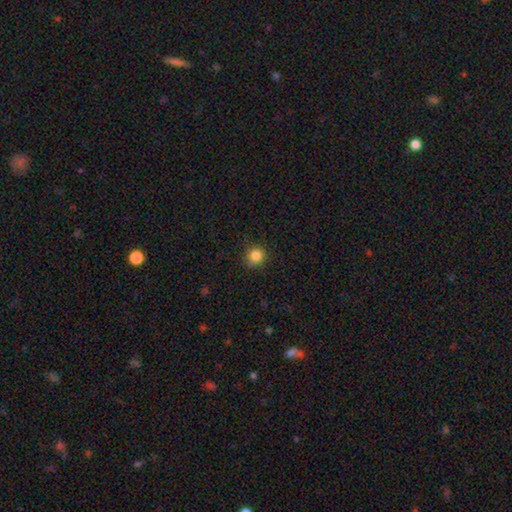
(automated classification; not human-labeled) This is clearly a smooth galaxy (84%). How rounded: clearly round (89%). Merging: clearly none (83%).